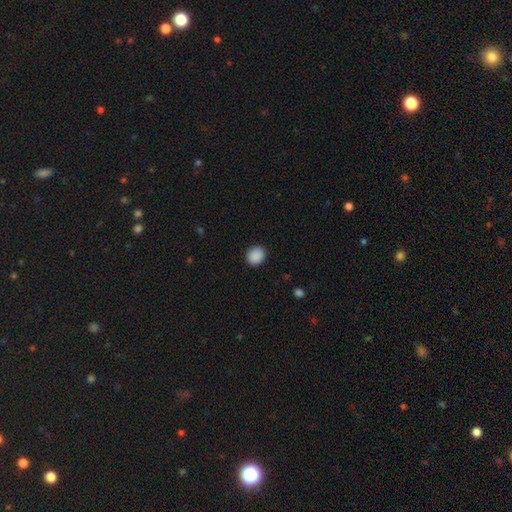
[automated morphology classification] smooth_or_featured: smooth (p=0.90) [alt: star or artifact p=0.08]
how_rounded: round (p=0.68) [alt: in between p=0.31]
merging: none (p=0.90) [alt: minor disturbance p=0.07]